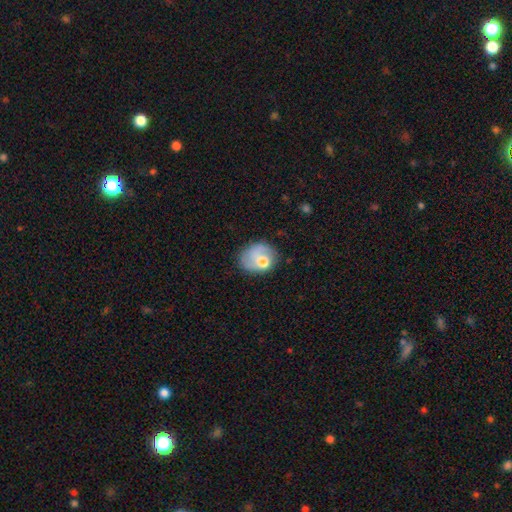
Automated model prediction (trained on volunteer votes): smooth-or-featured: smooth: 60% | featured or disk: 31% | star or artifact: 9%
  how-rounded: round: 51% | in between: 48% | cigar-shaped: 1%
  merging: none: 43% | minor disturbance: 29% | major disturbance: 21% | merger: 7%